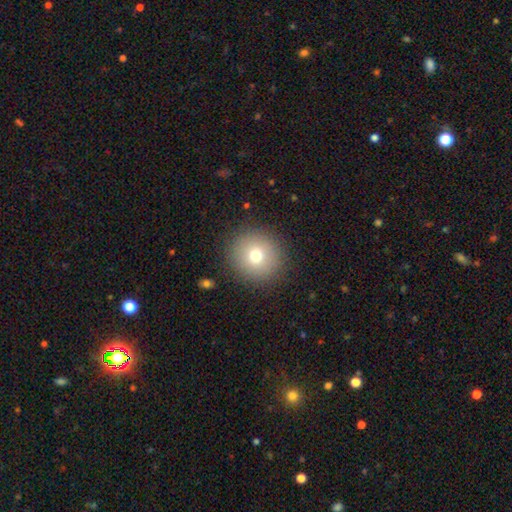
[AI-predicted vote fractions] Smooth or featured? Predicted: smooth (p=0.74). How rounded? Predicted: round (p=0.93). Merging? Predicted: none (p=0.90).